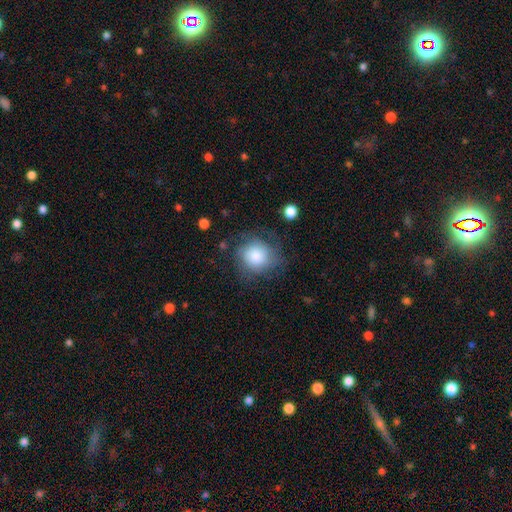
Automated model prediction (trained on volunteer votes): smooth_or_featured: smooth (p=0.68) [alt: featured or disk p=0.24]
how_rounded: round (p=0.84) [alt: in between p=0.15]
merging: none (p=0.63) [alt: minor disturbance p=0.22]